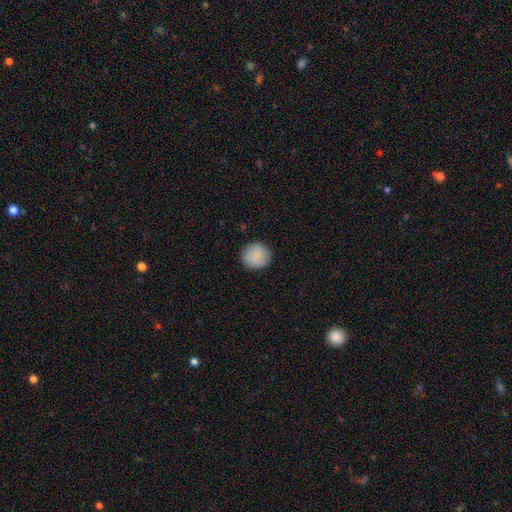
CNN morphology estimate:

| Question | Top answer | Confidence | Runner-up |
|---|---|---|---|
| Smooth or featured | smooth | 87% | featured or disk (7%) |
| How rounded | round | 92% | in between (7%) |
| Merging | none | 88% | minor disturbance (9%) |